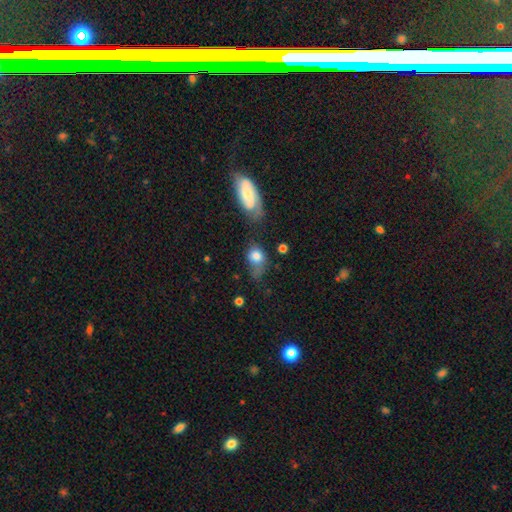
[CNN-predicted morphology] smooth-or-featured: smooth: 70% | featured or disk: 22% | star or artifact: 8%
  how-rounded: in between: 60% | round: 37% | cigar-shaped: 3%
  merging: none: 35% | minor disturbance: 29% | major disturbance: 26% | merger: 10%